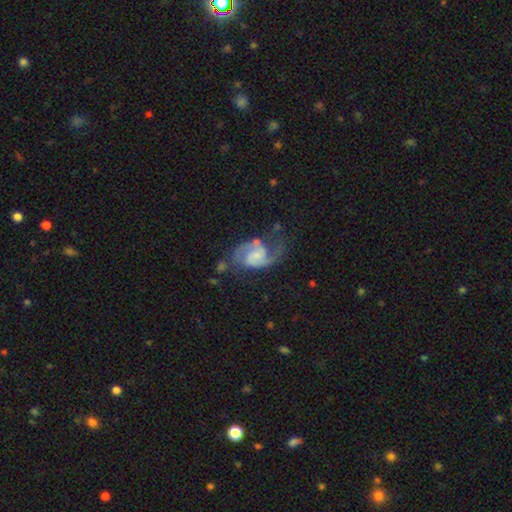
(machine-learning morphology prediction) type=featured or disk (88%); edge-on=no (98%); bar=no (48%); spiral arms=yes (97%); winding=medium (57%); arm count=2 (90%); bulge=small (54%); merging=none (60%).